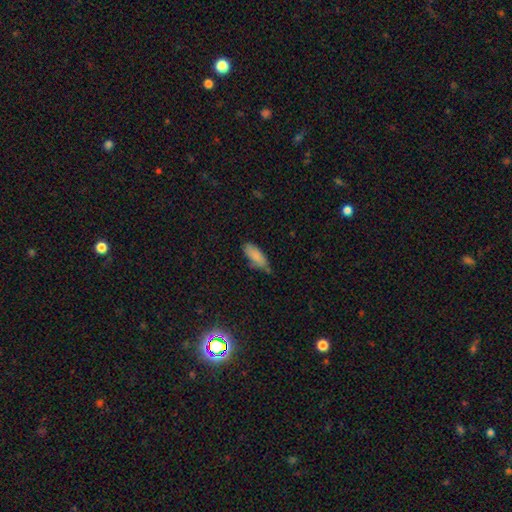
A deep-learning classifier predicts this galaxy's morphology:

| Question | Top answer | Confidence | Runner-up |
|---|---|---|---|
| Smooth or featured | smooth | 86% | featured or disk (7%) |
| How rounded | in between | 74% | cigar-shaped (25%) |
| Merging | none | 57% | minor disturbance (33%) |